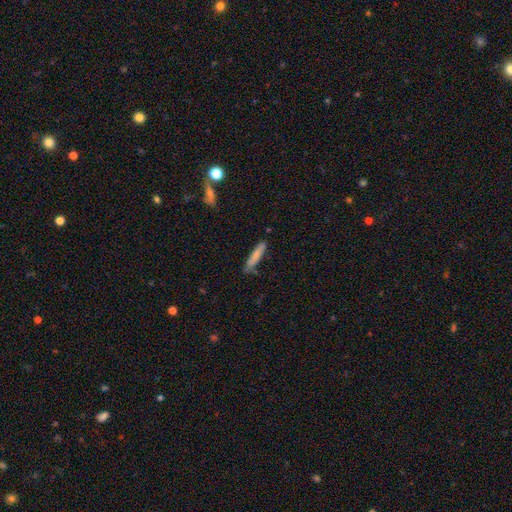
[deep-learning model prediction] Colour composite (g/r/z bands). It shows a smooth galaxy with no disk features (75%) that is cigar-shaped (87%). Merging: none (75%).